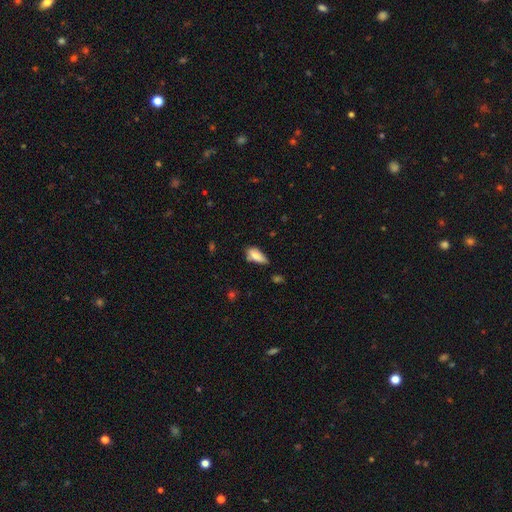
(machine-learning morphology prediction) type=smooth (79%); roundness=in between (81%); merging=none (44%).